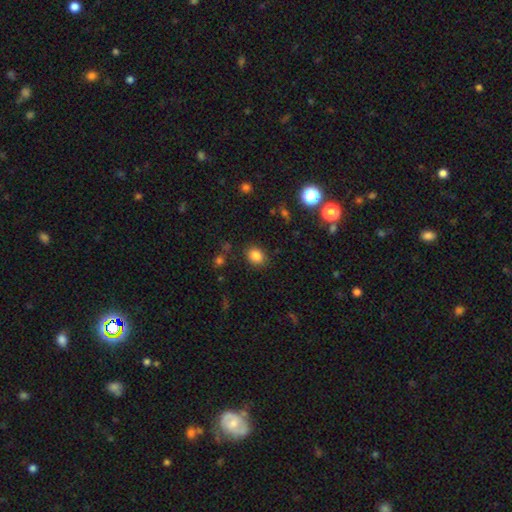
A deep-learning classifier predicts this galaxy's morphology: Smooth or featured?
  - smooth: 83% *
  - star or artifact: 12%
  - featured or disk: 5%
How rounded?
  - round: 57% *
  - in between: 42%
  - cigar-shaped: 1%
Merging?
  - none: 85% *
  - minor disturbance: 10%
  - major disturbance: 3%
  - merger: 2%